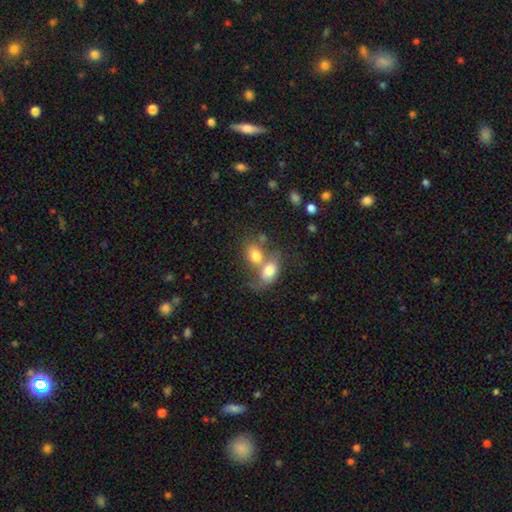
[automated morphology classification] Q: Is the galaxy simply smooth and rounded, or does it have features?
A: smooth — 76%.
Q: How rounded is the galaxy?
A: in between — 73%.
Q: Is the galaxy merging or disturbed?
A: merger — 68%.